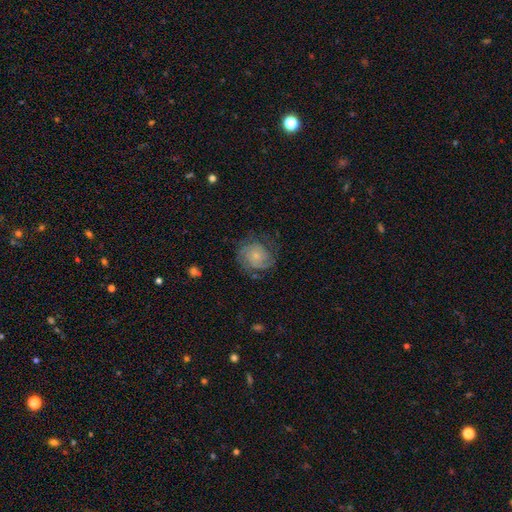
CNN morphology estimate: Smooth or featured?
  - featured or disk: 70% *
  - smooth: 23%
  - star or artifact: 7%
Edge-on disk?
  - no: 98% *
  - yes: 2%
Bar?
  - no: 78% *
  - weak: 19%
  - strong: 3%
Spiral arms?
  - yes: 91% *
  - no: 9%
Spiral winding?
  - tight: 59% *
  - medium: 30%
  - loose: 11%
Spiral arm count?
  - 2: 37% *
  - can't tell: 30%
  - 3: 17%
  - 1: 6%
  - 4: 5%
  - more than 4: 4%
Bulge size?
  - small: 66% *
  - moderate: 25%
  - none: 6%
  - large: 2%
  - dominant: 1%
Merging?
  - none: 67% *
  - minor disturbance: 20%
  - major disturbance: 12%
  - merger: 1%